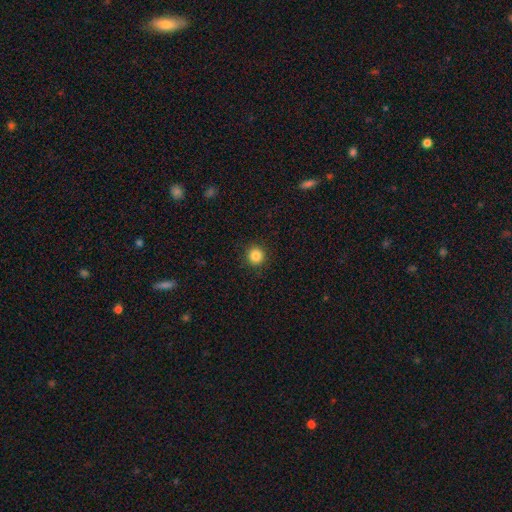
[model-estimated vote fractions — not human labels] This appears to be a smooth galaxy with no disk features (86%) that is round (94%). Merging: none (92%).